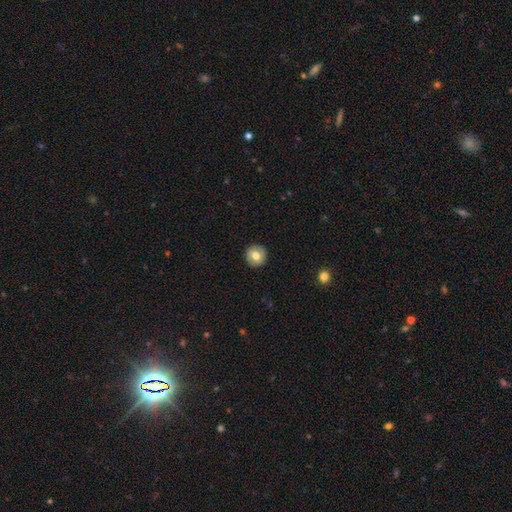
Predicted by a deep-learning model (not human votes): Q: Smooth or featured?
A: smooth (72%); runner-up: featured or disk (21%)
Q: How rounded?
A: round (95%); runner-up: in between (5%)
Q: Merging?
A: none (92%); runner-up: minor disturbance (6%)